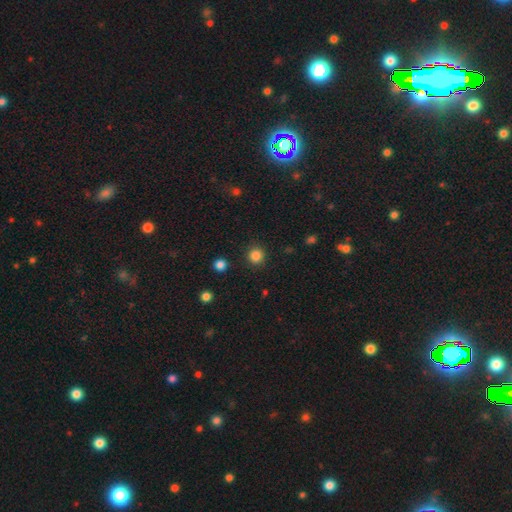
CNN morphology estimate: This appears to be a smooth galaxy with no disk features (84%) that is round (93%). Merging: none (91%).